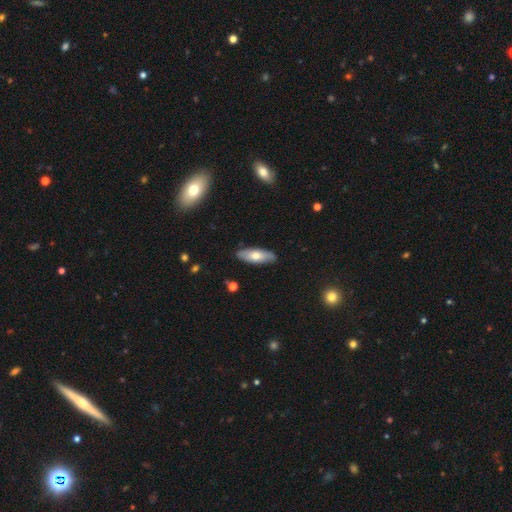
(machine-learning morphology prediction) The model was most divided on "smooth or featured": smooth: 63%, featured or disk: 31%, star or artifact: 6%. More confident: merging — none (88%); how rounded — in between (67%).